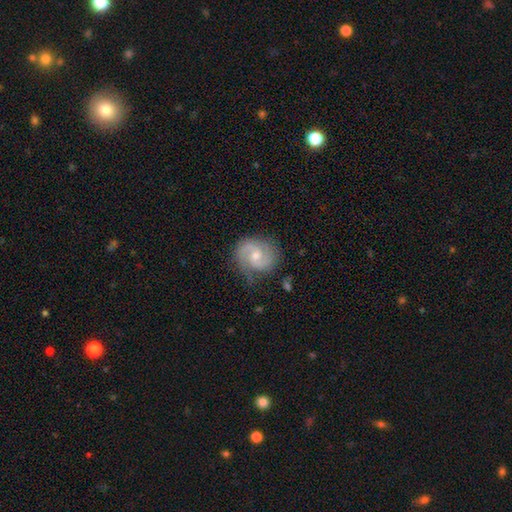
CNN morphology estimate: The model was most divided on "bar": no: 51%, weak: 43%, strong: 6%. More confident: edge-on disk — no (98%); spiral arms — yes (96%); spiral arm count — 2 (89%); smooth or featured — featured or disk (82%); merging — none (76%); bulge size — moderate (58%); spiral winding — medium (53%).